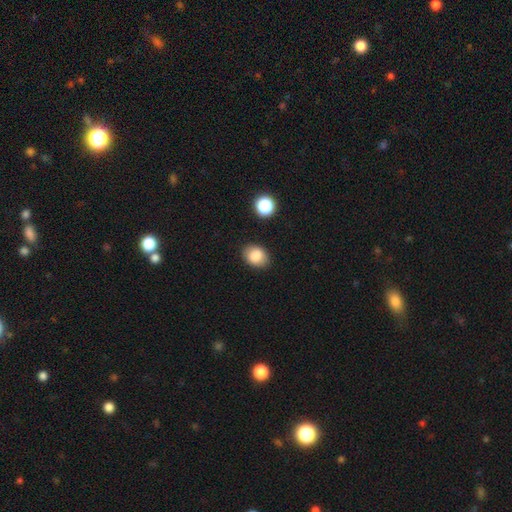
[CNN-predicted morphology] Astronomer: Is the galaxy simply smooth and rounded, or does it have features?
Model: smooth — 85%.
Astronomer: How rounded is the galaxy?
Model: in between — 68%.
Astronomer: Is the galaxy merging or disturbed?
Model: none — 84%.